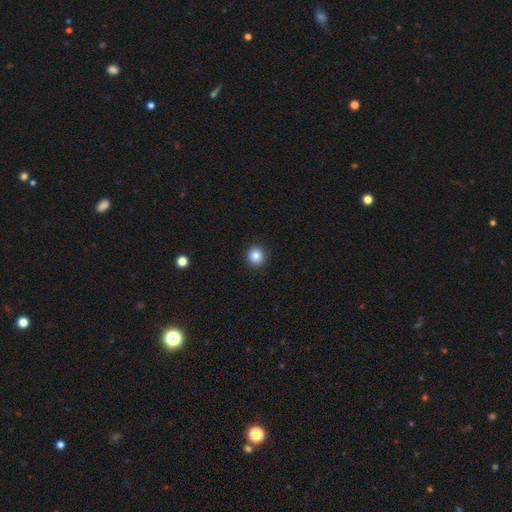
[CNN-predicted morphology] smooth-or-featured: smooth: 86% | star or artifact: 10% | featured or disk: 4%
  how-rounded: round: 92% | in between: 7% | cigar-shaped: 1%
  merging: none: 92% | minor disturbance: 5% | major disturbance: 2% | merger: 1%